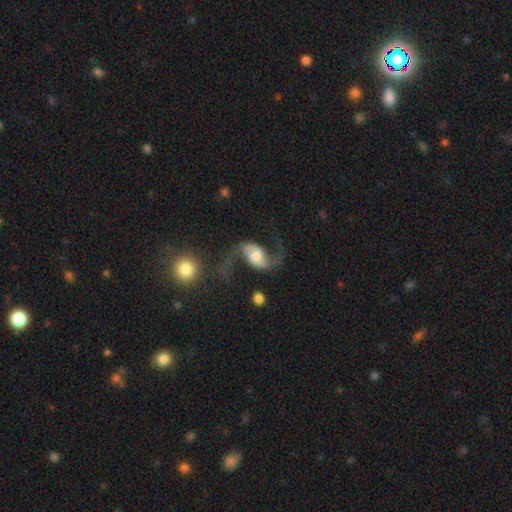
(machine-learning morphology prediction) This is clearly a featured or disk galaxy (86%). It is clearly not viewed edge-on (97%). Bar: possibly no (48%). Spiral arm pattern: clearly yes (97%). Spiral arm count: clearly 2 (94%). Spiral winding: clearly loose (83%). Central bulge: marginally moderate (33%). Merging: likely none (61%).